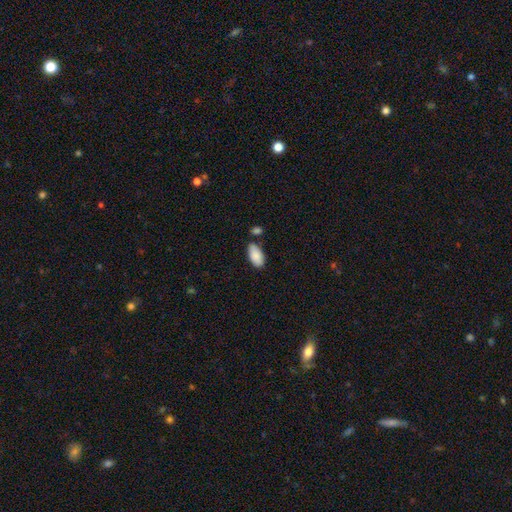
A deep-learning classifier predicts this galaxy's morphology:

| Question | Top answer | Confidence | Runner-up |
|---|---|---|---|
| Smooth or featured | smooth | 88% | star or artifact (6%) |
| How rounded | in between | 95% | cigar-shaped (3%) |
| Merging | none | 69% | minor disturbance (17%) |